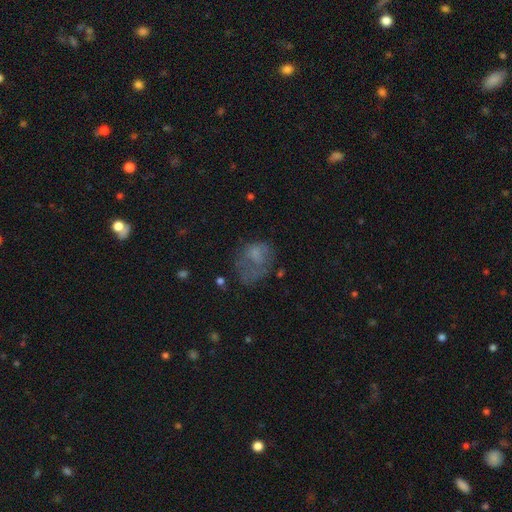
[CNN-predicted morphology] Smooth or featured: smooth — 54% (featured or disk — 31%)
How rounded: in between — 61% (round — 37%)
Merging: major disturbance — 39% (none — 33%)